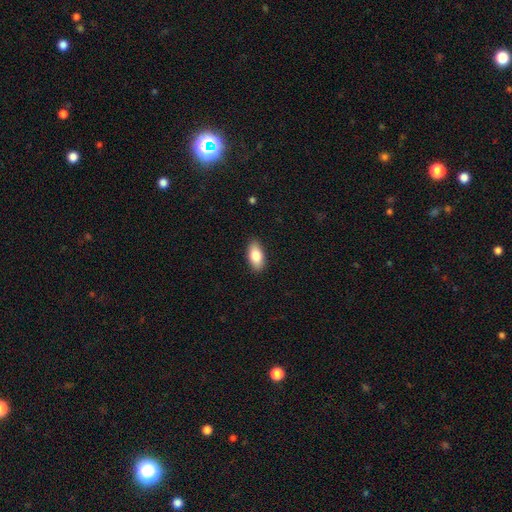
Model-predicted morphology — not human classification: Overall: smooth (82%). How rounded: in between (90%). Merging: none (89%).